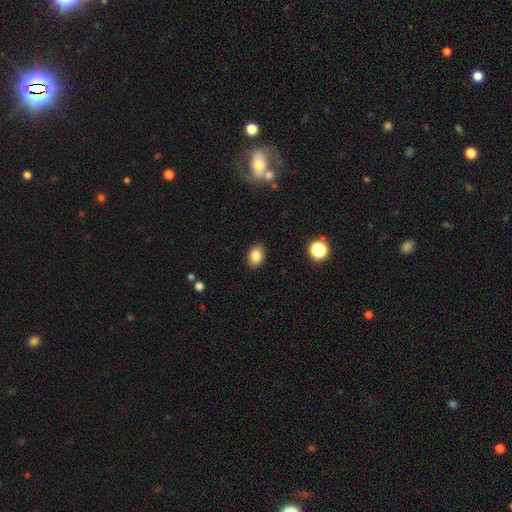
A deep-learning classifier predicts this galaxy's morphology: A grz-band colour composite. It shows a smooth galaxy with no disk features (84%) that is in between round and cigar-shaped (69%). Merging: none (89%).